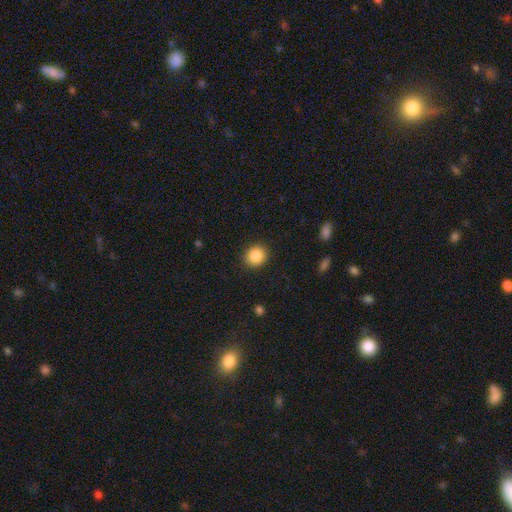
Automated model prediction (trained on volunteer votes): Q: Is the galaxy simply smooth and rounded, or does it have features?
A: smooth — 87%.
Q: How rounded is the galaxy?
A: round — 78%.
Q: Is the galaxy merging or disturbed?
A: none — 90%.